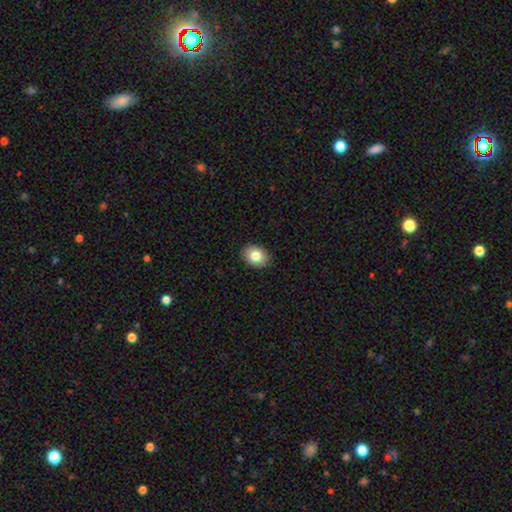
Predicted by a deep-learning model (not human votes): Smooth or featured? Predicted: smooth (p=0.82). How rounded? Predicted: in between (p=0.60). Merging? Predicted: none (p=0.89).